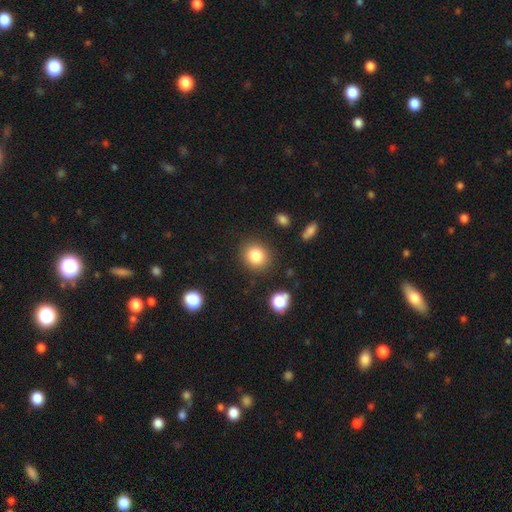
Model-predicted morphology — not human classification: smooth 82%, star or artifact 11%, featured or disk 7%. Down the decision tree: how rounded — round (78%); merging — none (86%).